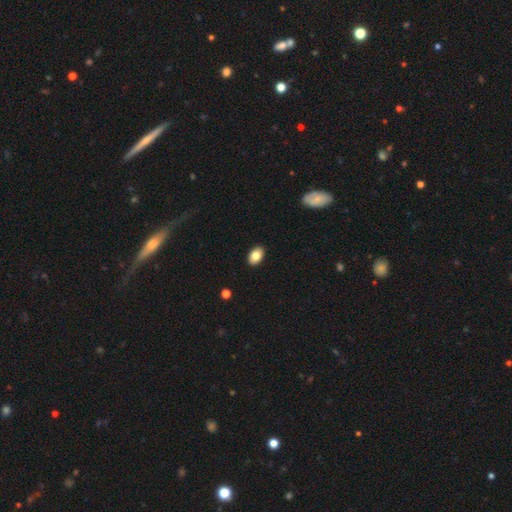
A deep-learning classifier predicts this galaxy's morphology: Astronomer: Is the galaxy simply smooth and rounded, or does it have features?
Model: smooth — 83%.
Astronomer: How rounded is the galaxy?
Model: in between — 89%.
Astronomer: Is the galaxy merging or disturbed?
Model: none — 90%.